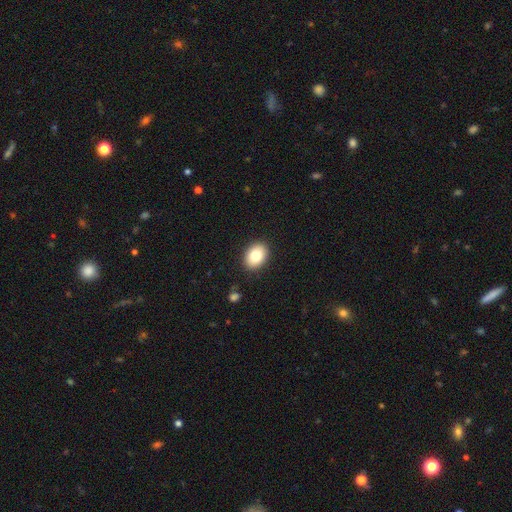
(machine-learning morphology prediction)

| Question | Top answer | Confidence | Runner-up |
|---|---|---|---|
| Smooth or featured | smooth | 82% | featured or disk (10%) |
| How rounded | in between | 73% | round (27%) |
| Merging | none | 89% | minor disturbance (8%) |